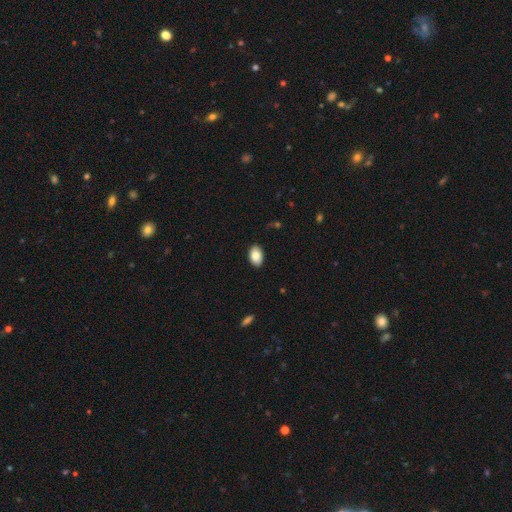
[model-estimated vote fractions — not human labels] smooth 87%, star or artifact 7%, featured or disk 6%. Down the decision tree: how rounded — in between (90%); merging — none (87%).